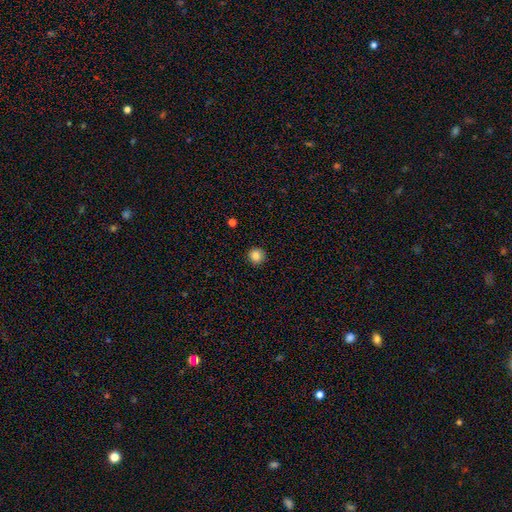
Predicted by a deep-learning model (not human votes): smooth_or_featured: smooth (p=0.85) [alt: star or artifact p=0.10]
how_rounded: round (p=0.95) [alt: in between p=0.04]
merging: none (p=0.92) [alt: minor disturbance p=0.05]